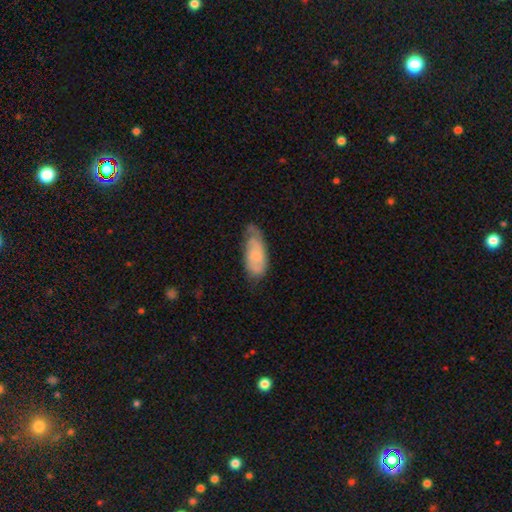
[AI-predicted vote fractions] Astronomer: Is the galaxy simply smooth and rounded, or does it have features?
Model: smooth — 49% (runner-up: featured or disk, 45%).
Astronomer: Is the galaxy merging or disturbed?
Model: none — 51% (runner-up: minor disturbance, 35%).